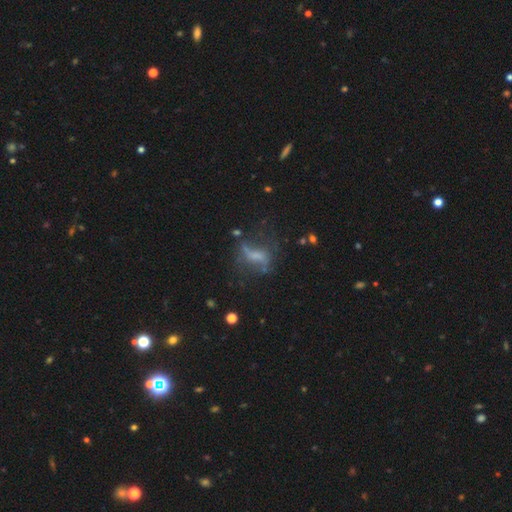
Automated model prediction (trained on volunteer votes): smooth-or-featured: featured or disk: 53% | smooth: 31% | star or artifact: 16%
  disk-edge-on: no: 88% | yes: 12%
  merging: none: 43% | major disturbance: 29% | minor disturbance: 21% | merger: 6%